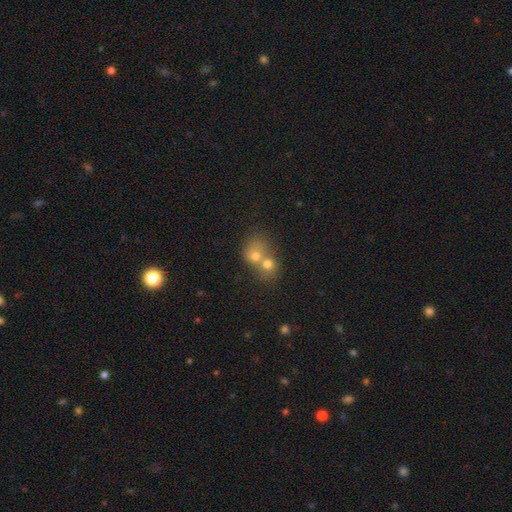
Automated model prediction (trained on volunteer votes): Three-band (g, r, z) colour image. It shows a smooth galaxy with no disk features (63%) that is round (68%). Merging: merger (69%).